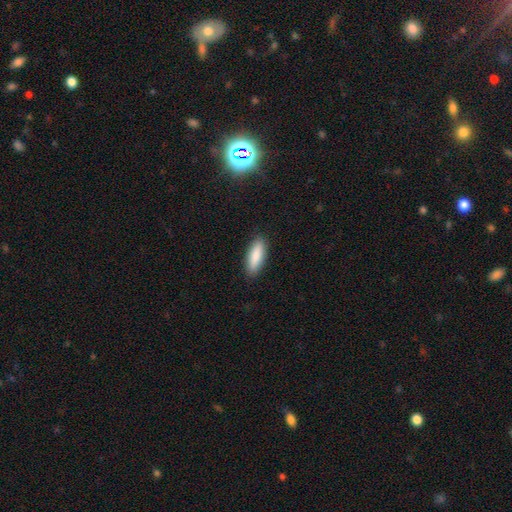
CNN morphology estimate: Overall: smooth (86%). How rounded: in between (50%; cigar-shaped 48%). Merging: none (89%).